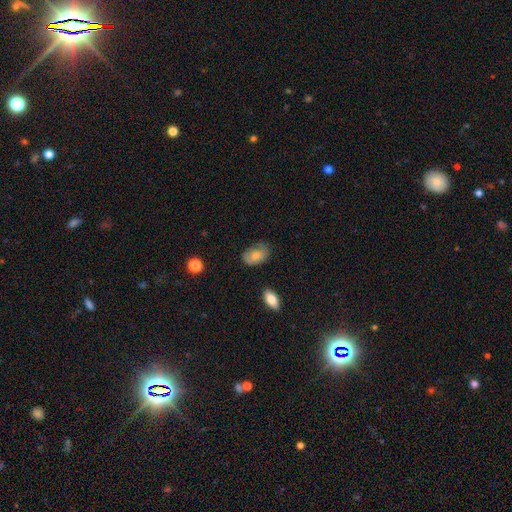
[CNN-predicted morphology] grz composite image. It shows a smooth galaxy with no disk features (74%) that is in between round and cigar-shaped (86%). Merging: none (61%).